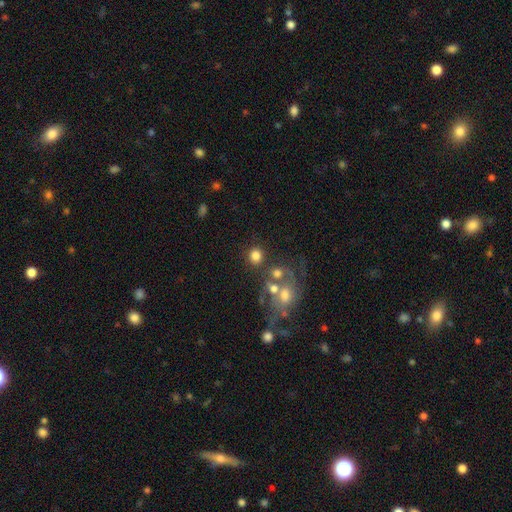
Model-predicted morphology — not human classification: Smooth or featured? Predicted: smooth (p=0.78). How rounded? Predicted: round (p=0.85). Merging? Predicted: none (p=0.69).